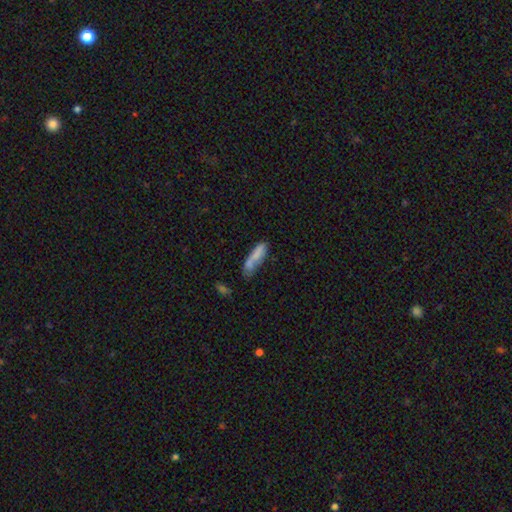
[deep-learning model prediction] smooth-or-featured: smooth: 74% | featured or disk: 17% | star or artifact: 9%
  how-rounded: cigar-shaped: 64% | in between: 34% | round: 2%
  merging: none: 42% | merger: 25% | minor disturbance: 22% | major disturbance: 11%